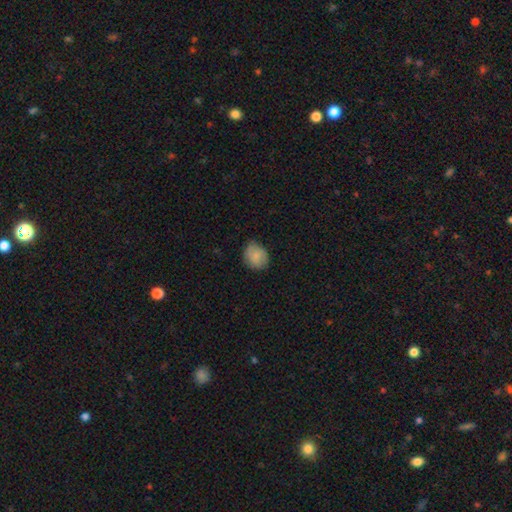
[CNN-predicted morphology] This appears to be a smooth galaxy with no disk features (79%) that is round (61%). Merging: none (72%).